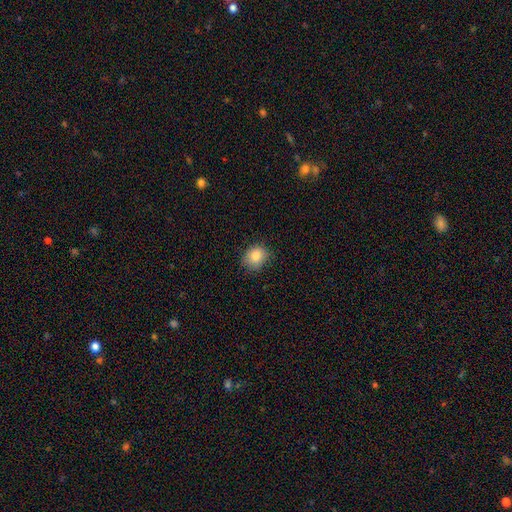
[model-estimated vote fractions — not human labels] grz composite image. It shows a smooth galaxy with no disk features (84%) that is round (70%). Merging: none (81%).